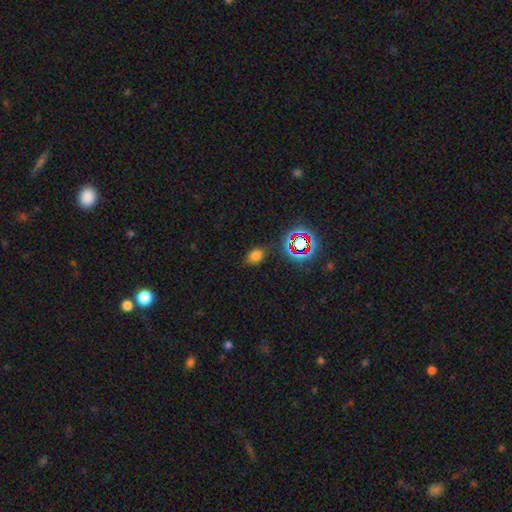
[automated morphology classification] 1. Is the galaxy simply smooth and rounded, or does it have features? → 67% smooth, 25% star or artifact, 7% featured or disk.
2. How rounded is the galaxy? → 65% in between, 33% round, 2% cigar-shaped.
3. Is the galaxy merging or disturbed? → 77% none, 16% minor disturbance, 5% major disturbance, 3% merger.